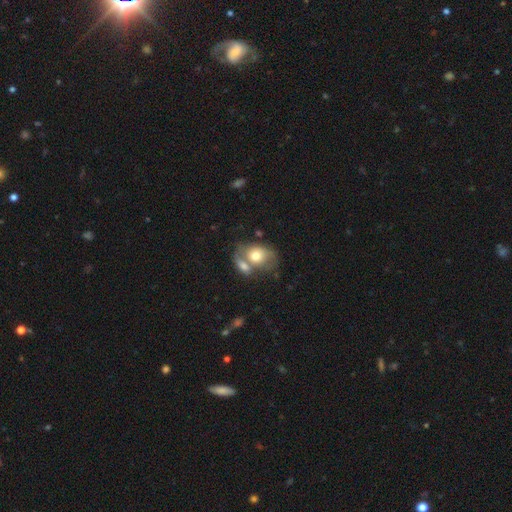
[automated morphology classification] A smooth galaxy with no disk features (63%) that is in between round and cigar-shaped (67%).

Vote fractions:
- Smooth or featured? smooth: 63% / featured or disk: 30% / star or artifact: 7%
- How rounded? in between: 67% / round: 32% / cigar-shaped: 1%
- Merging? merger: 54% / none: 26% / minor disturbance: 12% / major disturbance: 8%